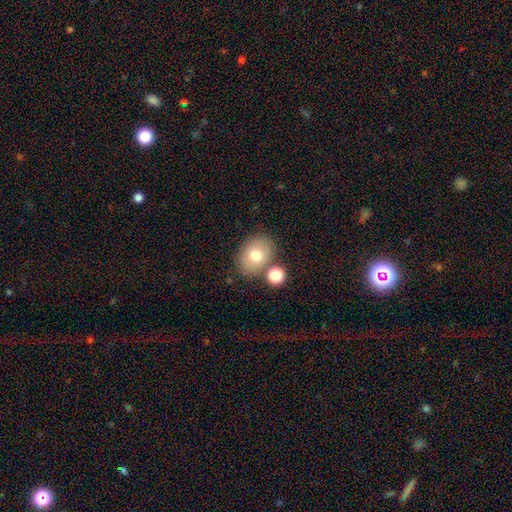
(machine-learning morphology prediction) Smooth or featured? smooth (74%)
How rounded? in between (65%)
Merging? none (74%)